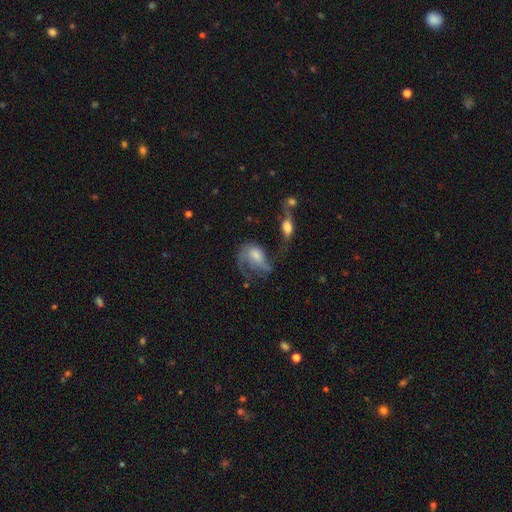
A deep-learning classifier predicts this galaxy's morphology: type=featured or disk (65%); edge-on=no (97%); bar=no (60%); spiral arms=yes (84%); winding=loose (43%); arm count=2 (34%); bulge=moderate (40%); merging=major disturbance (40%).